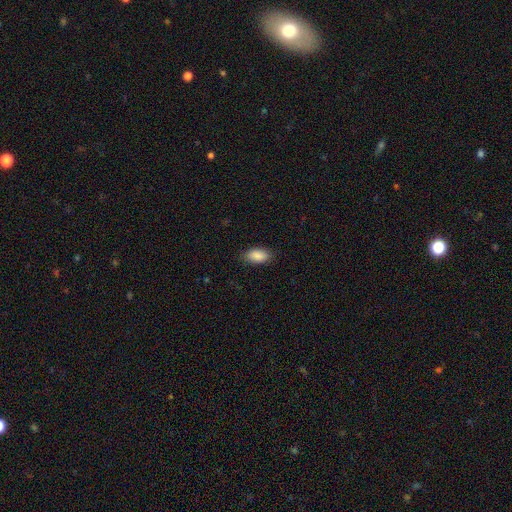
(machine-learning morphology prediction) type=smooth (89%); roundness=in between (93%); merging=none (85%).